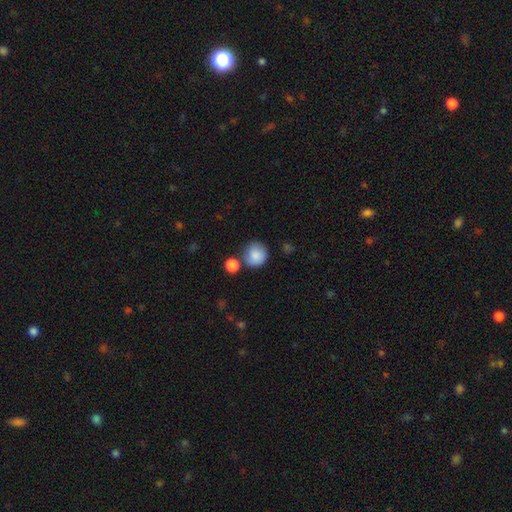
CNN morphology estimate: Smooth or featured? smooth (86%)
How rounded? round (89%)
Merging? none (67%)